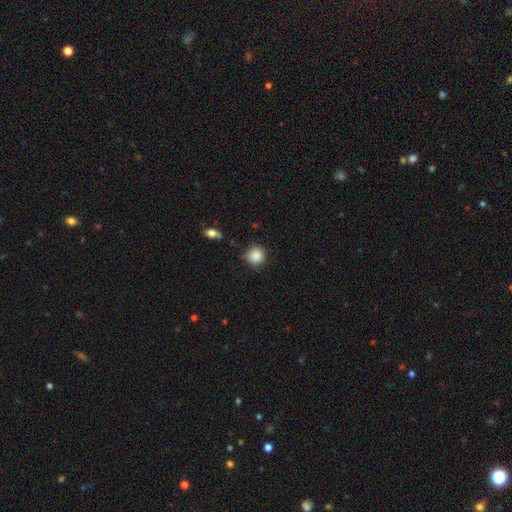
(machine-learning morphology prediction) A smooth galaxy with no disk features (87%) that is round (93%). Merging: none (83%).